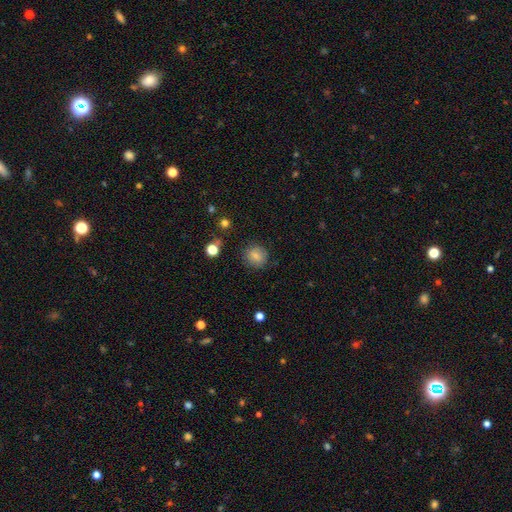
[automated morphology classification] Overall: smooth (80%). How rounded: round (85%). Merging: none (83%).